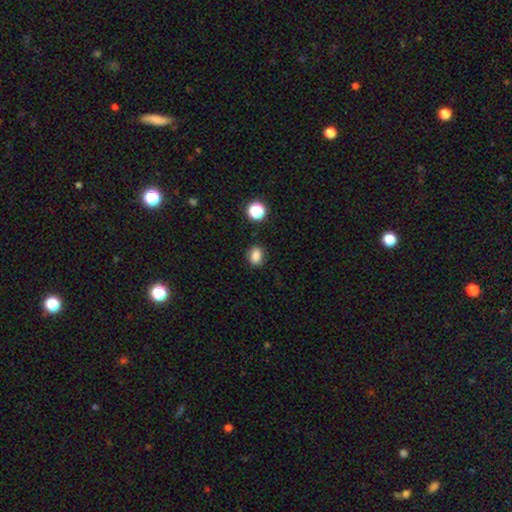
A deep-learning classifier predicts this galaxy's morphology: Smooth or featured? Predicted: smooth (p=0.84). How rounded? Predicted: in between (p=0.63). Merging? Predicted: none (p=0.84).